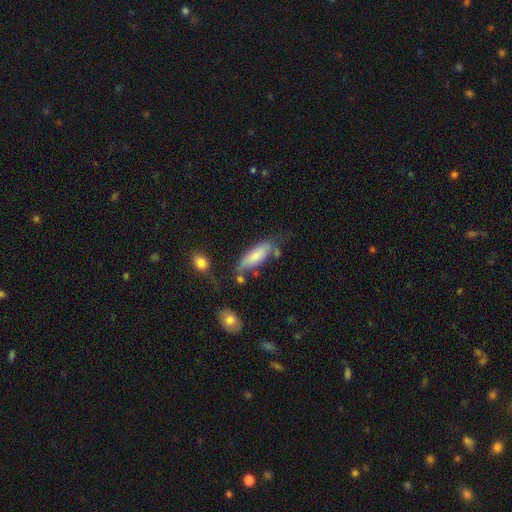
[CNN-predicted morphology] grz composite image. It shows a smooth galaxy with no disk features (72%) that is in between round and cigar-shaped (61%). Merging: none (51%).